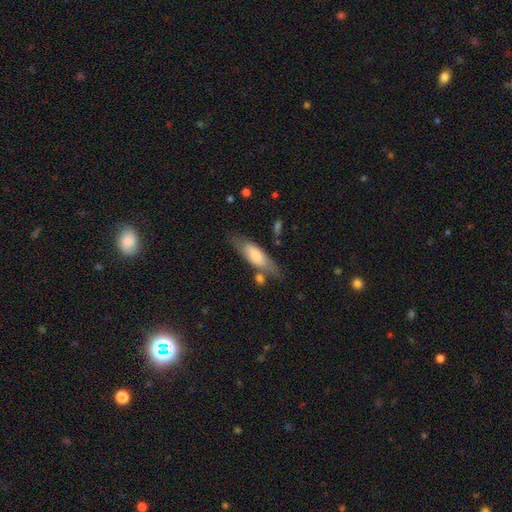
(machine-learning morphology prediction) Smooth or featured: smooth — 72% (featured or disk — 22%)
How rounded: in between — 54% (cigar-shaped — 44%)
Merging: none — 66% (minor disturbance — 19%)